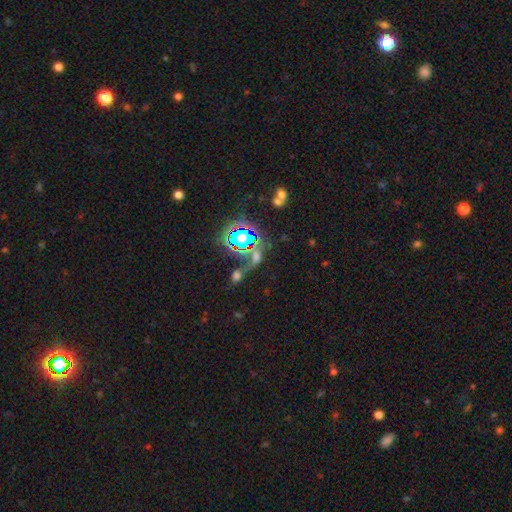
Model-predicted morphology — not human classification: Smooth or featured?
  - star or artifact: 54% *
  - smooth: 31%
  - featured or disk: 15%